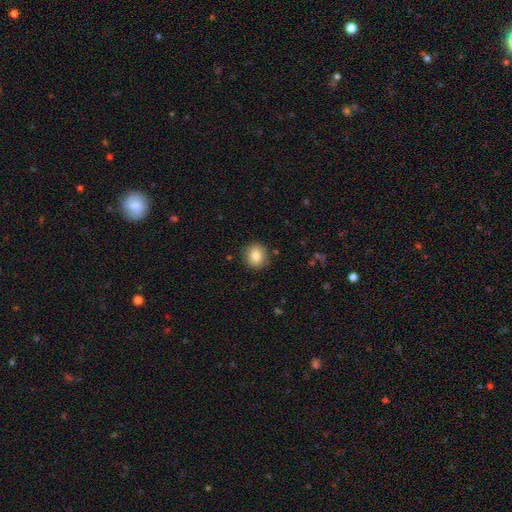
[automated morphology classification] This appears to be a smooth galaxy with no disk features (84%) that is round (84%). Merging: none (88%).